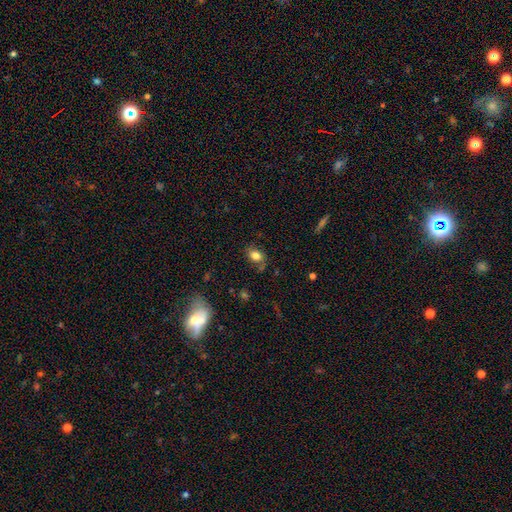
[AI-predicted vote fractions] A smooth galaxy with no disk features (79%) that is in between round and cigar-shaped (74%).

Vote fractions:
- Smooth or featured? smooth: 79% / featured or disk: 11% / star or artifact: 10%
- How rounded? in between: 74% / round: 25% / cigar-shaped: 2%
- Merging? none: 69% / minor disturbance: 21% / major disturbance: 6% / merger: 4%